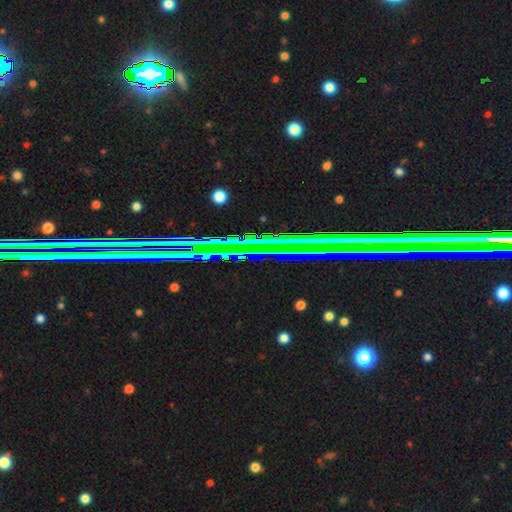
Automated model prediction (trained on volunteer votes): This is likely a star or artifact rather than a galaxy (68%).